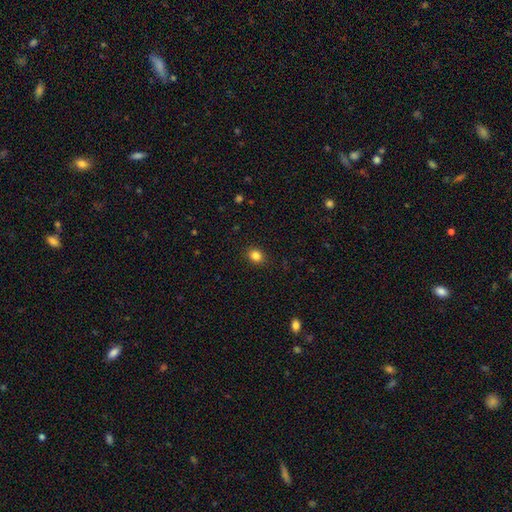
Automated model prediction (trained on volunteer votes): Smooth or featured?
  - smooth: 84% *
  - star or artifact: 11%
  - featured or disk: 4%
How rounded?
  - round: 64% *
  - in between: 36%
  - cigar-shaped: 1%
Merging?
  - none: 90% *
  - minor disturbance: 7%
  - major disturbance: 2%
  - merger: 1%